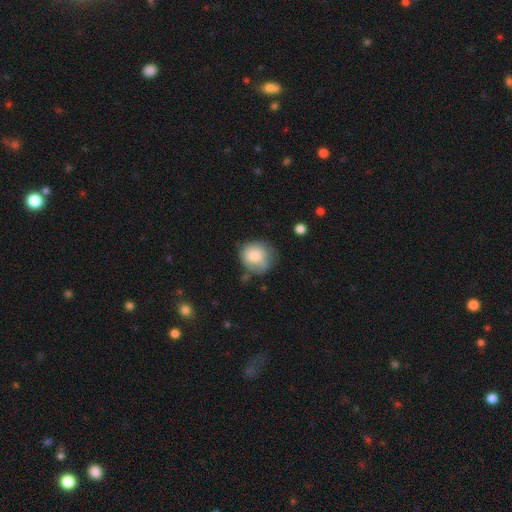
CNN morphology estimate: Q: Smooth or featured?
A: smooth (78%); runner-up: featured or disk (15%)
Q: How rounded?
A: round (81%); runner-up: in between (18%)
Q: Merging?
A: none (58%); runner-up: minor disturbance (28%)